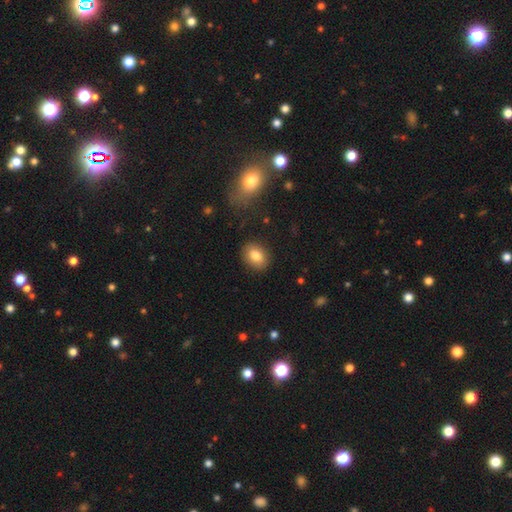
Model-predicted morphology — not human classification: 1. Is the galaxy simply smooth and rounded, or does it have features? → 82% smooth, 10% featured or disk, 8% star or artifact.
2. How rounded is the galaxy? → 66% in between, 33% round, 1% cigar-shaped.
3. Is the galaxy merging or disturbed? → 88% none, 8% minor disturbance, 2% major disturbance, 2% merger.